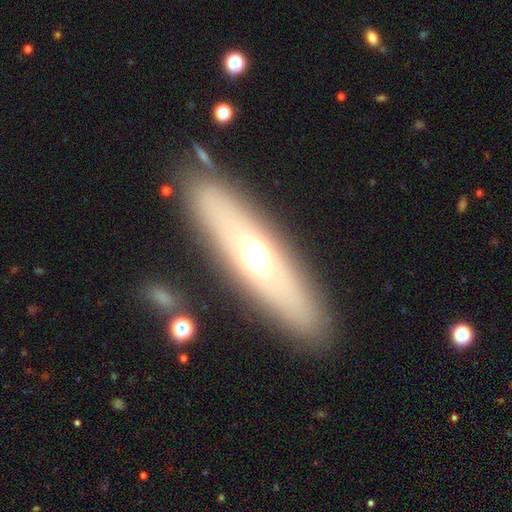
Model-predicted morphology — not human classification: Smooth or featured? smooth (48%)
Merging? none (87%)